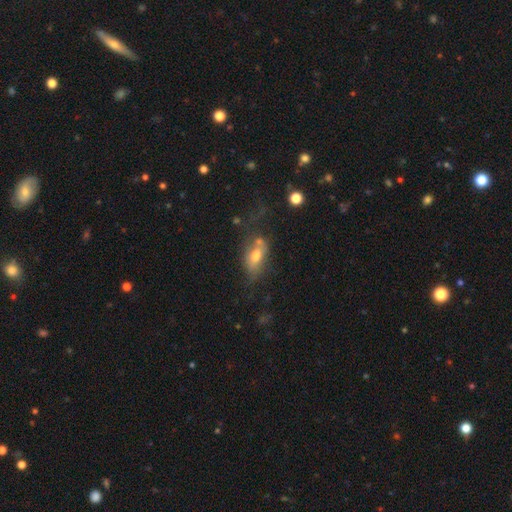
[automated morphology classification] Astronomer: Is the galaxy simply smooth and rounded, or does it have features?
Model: smooth — 64%.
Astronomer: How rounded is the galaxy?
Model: in between — 83%.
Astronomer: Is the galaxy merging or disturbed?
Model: none — 42% (runner-up: minor disturbance, 23%).